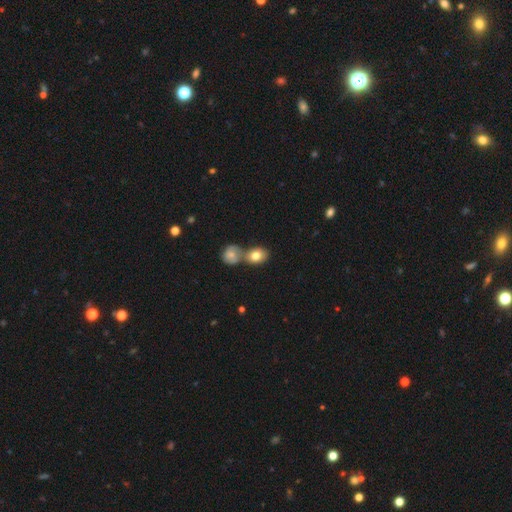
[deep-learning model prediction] Q: Smooth or featured?
A: smooth (79%); runner-up: featured or disk (12%)
Q: How rounded?
A: round (50%); runner-up: in between (49%)
Q: Merging?
A: merger (45%); runner-up: none (42%)